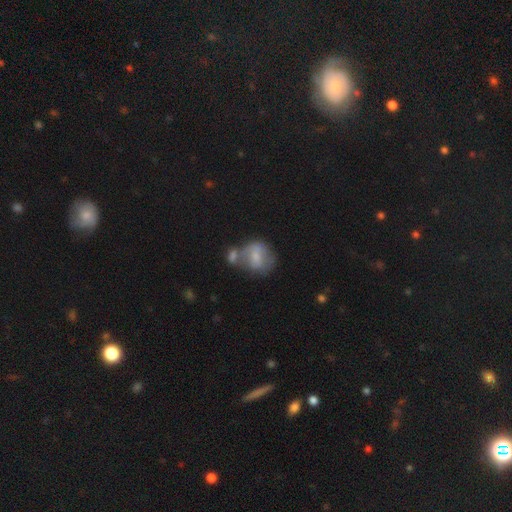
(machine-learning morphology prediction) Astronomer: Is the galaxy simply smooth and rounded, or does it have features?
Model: smooth — 58% (runner-up: featured or disk, 34%).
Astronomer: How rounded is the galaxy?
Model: round — 54% (runner-up: in between, 45%).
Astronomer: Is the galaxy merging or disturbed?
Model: merger — 45% (runner-up: none, 28%).